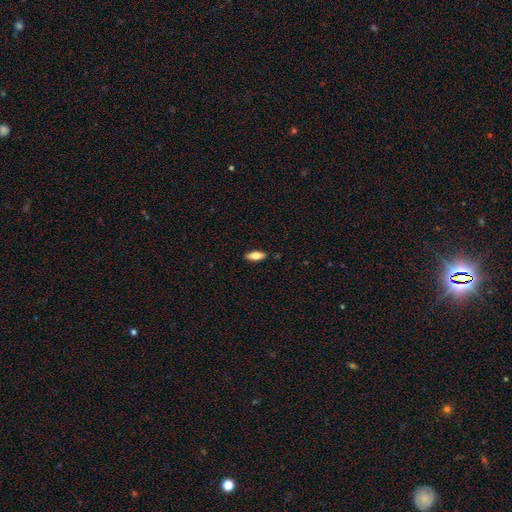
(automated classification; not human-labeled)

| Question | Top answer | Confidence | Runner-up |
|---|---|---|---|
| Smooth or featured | smooth | 72% | featured or disk (22%) |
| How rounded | in between | 70% | cigar-shaped (27%) |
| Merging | none | 88% | minor disturbance (9%) |